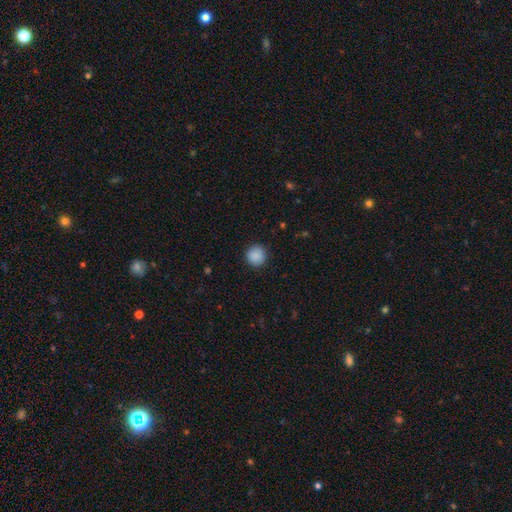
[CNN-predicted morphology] Smooth or featured: smooth — 89% (star or artifact — 8%)
How rounded: round — 94% (in between — 5%)
Merging: none — 90% (minor disturbance — 7%)